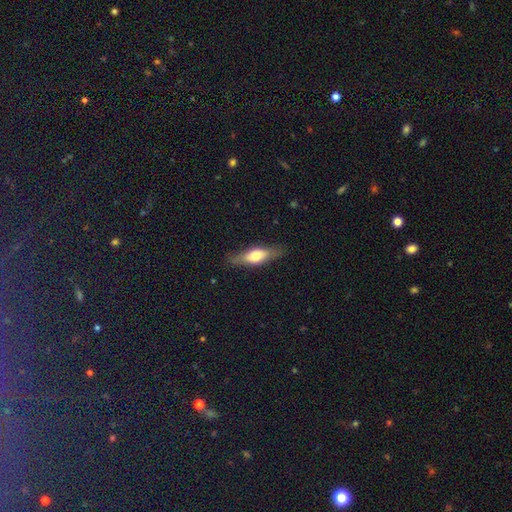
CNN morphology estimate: Smooth or featured: smooth — 53% (featured or disk — 41%)
How rounded: in between — 48% (tied with cigar-shaped — 48%)
Merging: none — 81% (minor disturbance — 14%)